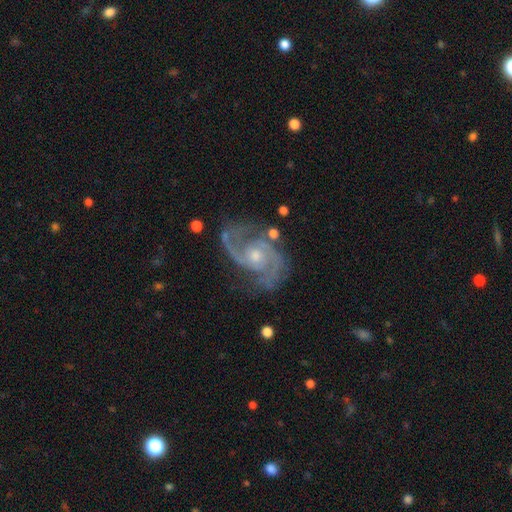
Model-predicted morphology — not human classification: The model was most divided on "bulge size": small: 50%, moderate: 45%, none: 2%, large: 2%, dominant: 1%. More confident: spiral arms — yes (98%); edge-on disk — no (98%); smooth or featured — featured or disk (91%); spiral arm count — 2 (85%); merging — none (71%); bar — no (62%); spiral winding — medium (60%).